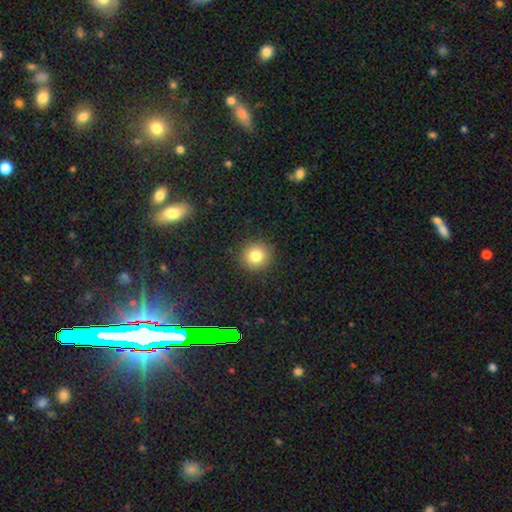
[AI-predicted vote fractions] A smooth galaxy with no disk features (80%) that is round (92%).

Vote fractions:
- Smooth or featured? smooth: 80% / star or artifact: 13% / featured or disk: 8%
- How rounded? round: 92% / in between: 7% / cigar-shaped: 1%
- Merging? none: 90% / minor disturbance: 6% / major disturbance: 2% / merger: 1%